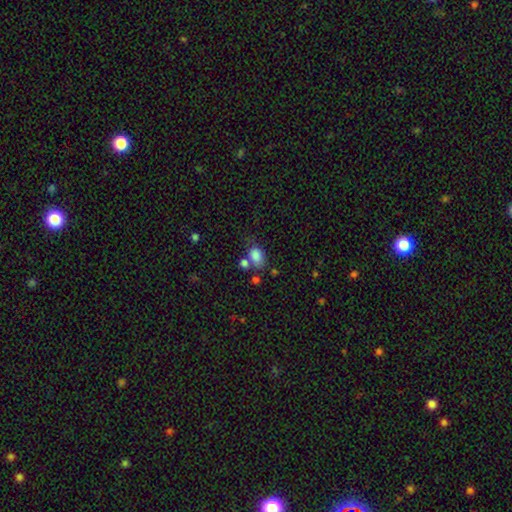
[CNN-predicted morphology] smooth_or_featured: smooth (p=0.83) [alt: star or artifact p=0.10]
how_rounded: in between (p=0.79) [alt: round p=0.20]
merging: none (p=0.50) [alt: merger p=0.23]